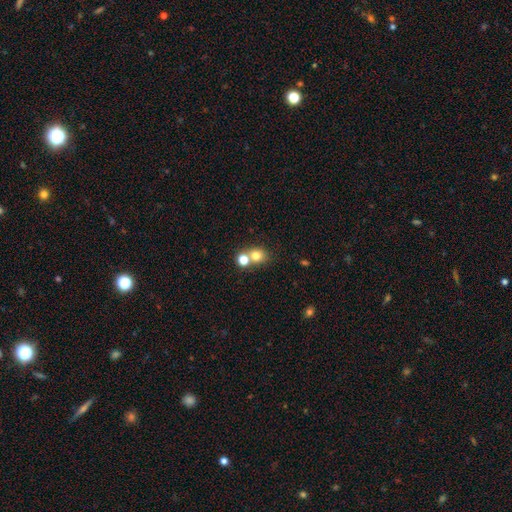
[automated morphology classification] This appears to be a smooth galaxy with no disk features (77%) that is round (78%). Merging: none (52%).